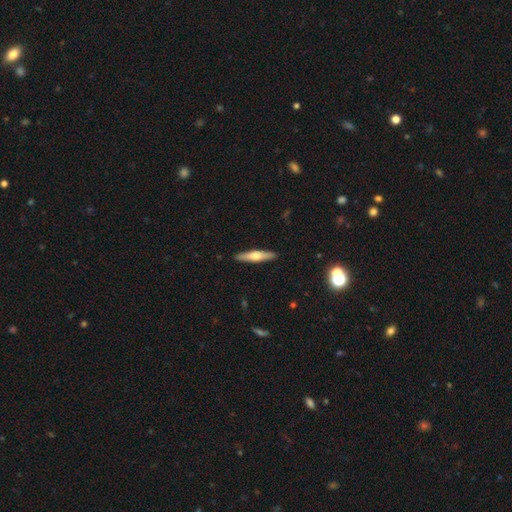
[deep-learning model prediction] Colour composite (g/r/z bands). It shows a featured or disk galaxy (50%). Merging: none (91%).